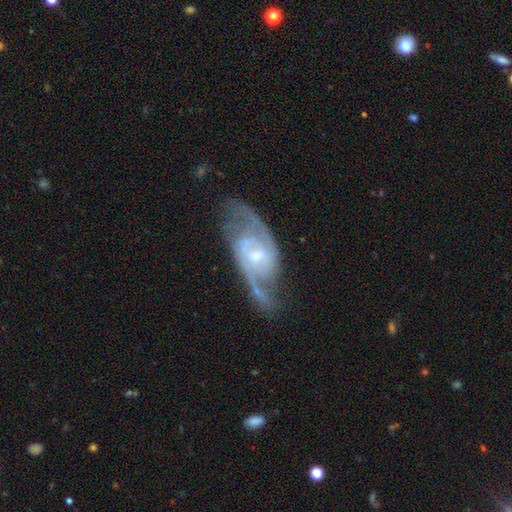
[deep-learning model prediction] The model was most divided on "bulge size": small: 48%, moderate: 47%, large: 3%, none: 2%, dominant: 1%. Remaining: spiral arms — yes (97%); edge-on disk — no (94%); smooth or featured — featured or disk (89%); spiral arm count — 2 (84%); merging — none (71%); spiral winding — medium (53%); bar — weak (45%).